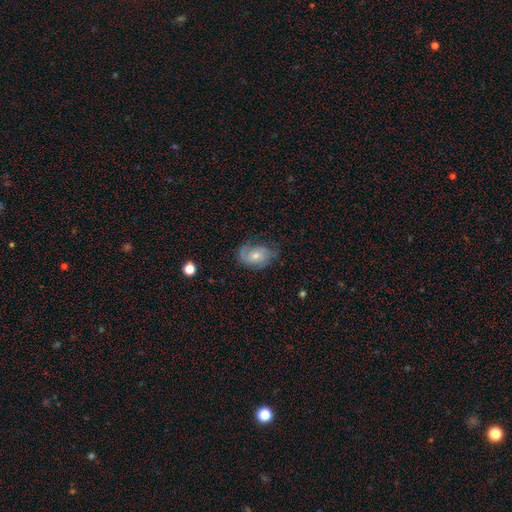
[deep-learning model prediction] Overall: featured or disk (67%). Edge-on disk: no (97%). Bar: no (68%). Spiral arms: yes (90%). Spiral arm count: 2 (55%; can't tell 21%). Spiral winding: tight (42%; medium 41%). Bulge size: moderate (50%; small 41%). Merging: none (62%; minor disturbance 25%).